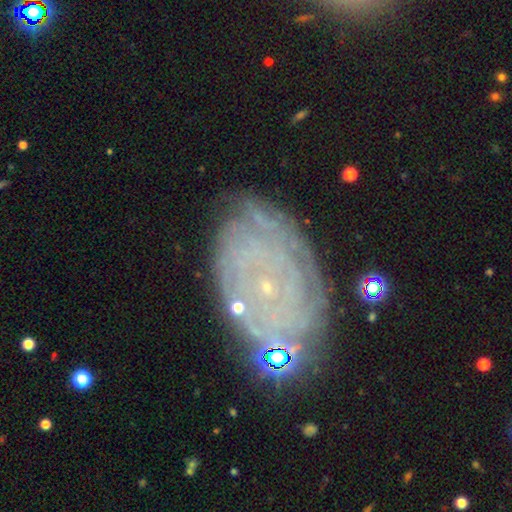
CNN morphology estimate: A featured or disk galaxy (77%) with no bar (82%), tight (83%) spiral arms (90%) and a small central bulge (89%). Merging: none (75%).